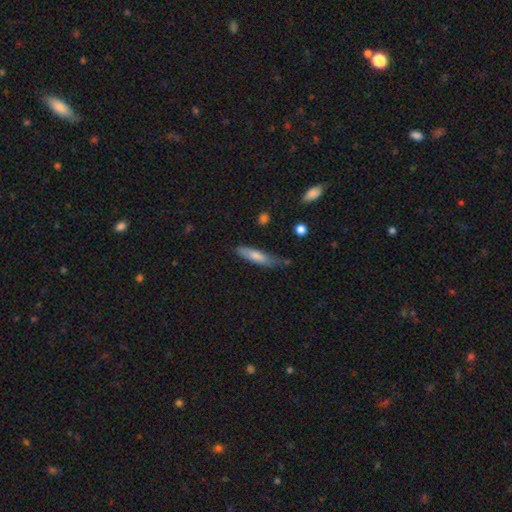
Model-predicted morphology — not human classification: This is likely a smooth galaxy (70%). How rounded: likely cigar-shaped (79%). Merging: likely none (66%).